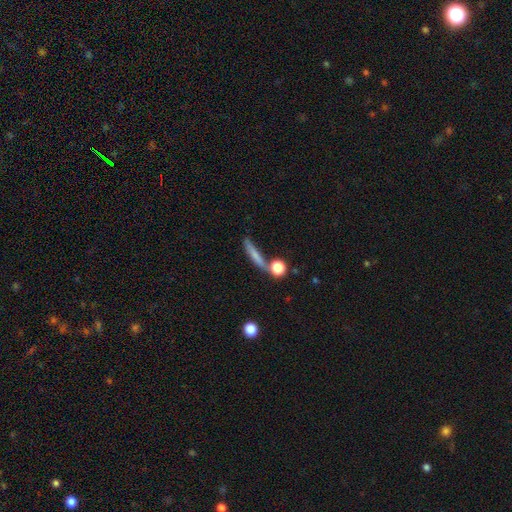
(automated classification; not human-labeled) Smooth or featured? smooth (64%)
How rounded? cigar-shaped (77%)
Merging? none (60%)